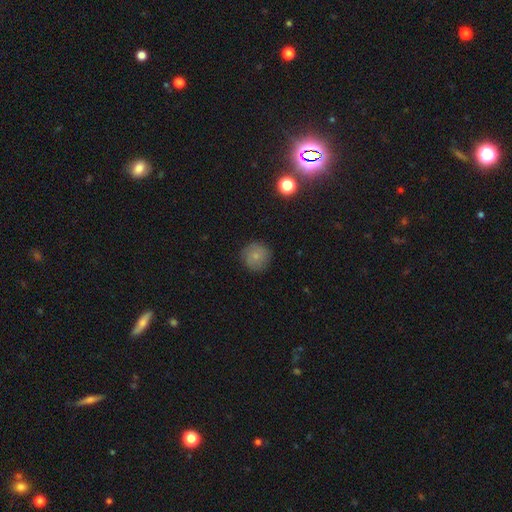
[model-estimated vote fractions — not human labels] The model was most divided on "smooth or featured": smooth: 77%, featured or disk: 13%, star or artifact: 10%. More confident: how rounded — round (94%); merging — none (85%).